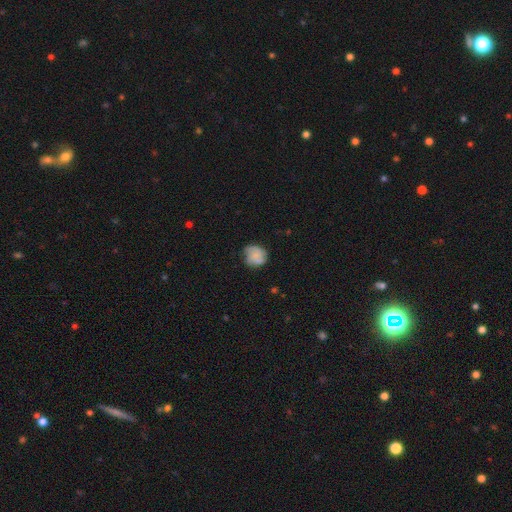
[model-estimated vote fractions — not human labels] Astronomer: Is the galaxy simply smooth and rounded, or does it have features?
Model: smooth — 56% (runner-up: featured or disk, 35%).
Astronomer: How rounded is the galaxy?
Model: round — 78%.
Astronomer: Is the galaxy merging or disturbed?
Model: none — 64%.